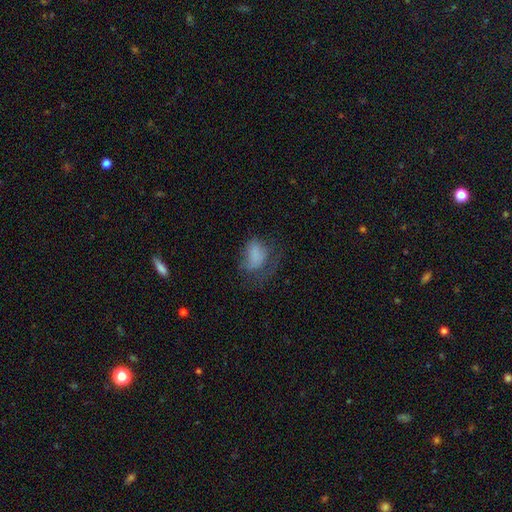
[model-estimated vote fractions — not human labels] A smooth galaxy with no disk features (67%) that is in between round and cigar-shaped (79%).

Vote fractions:
- Smooth or featured? smooth: 67% / featured or disk: 21% / star or artifact: 12%
- How rounded? in between: 79% / round: 20% / cigar-shaped: 2%
- Merging? major disturbance: 44% / none: 29% / minor disturbance: 24% / merger: 3%